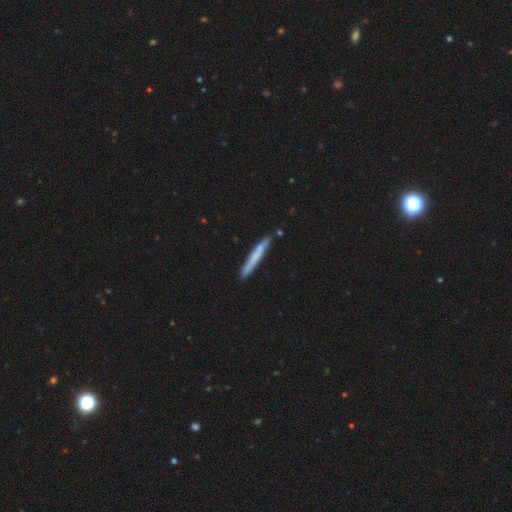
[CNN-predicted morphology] Overall: smooth (65%; featured or disk 30%). How rounded: cigar-shaped (97%). Merging: none (87%).